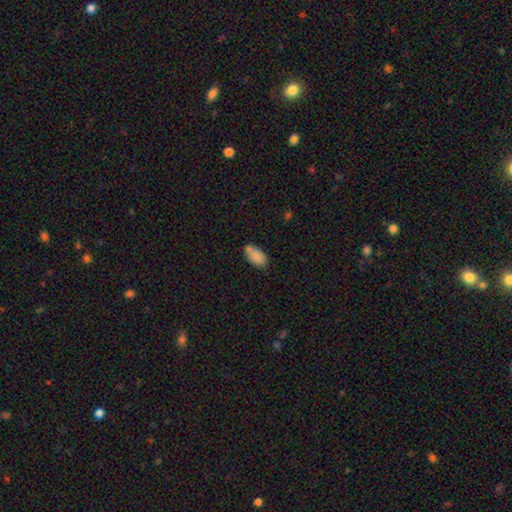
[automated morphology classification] Q: Smooth or featured?
A: smooth (84%); runner-up: star or artifact (8%)
Q: How rounded?
A: in between (92%); runner-up: round (5%)
Q: Merging?
A: none (59%); runner-up: minor disturbance (20%)